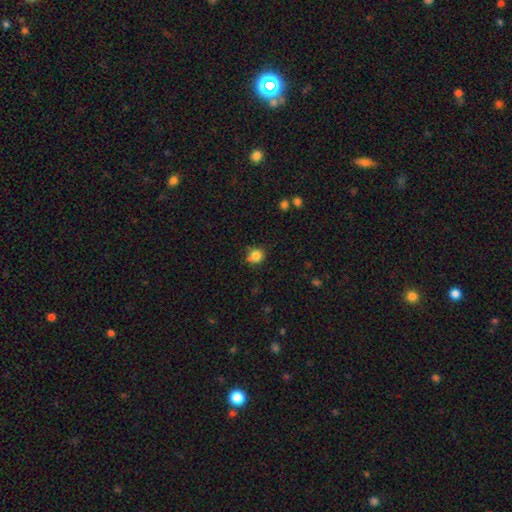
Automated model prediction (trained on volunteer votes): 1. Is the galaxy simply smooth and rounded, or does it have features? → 83% smooth, 11% star or artifact, 5% featured or disk.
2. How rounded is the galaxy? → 88% round, 11% in between, 1% cigar-shaped.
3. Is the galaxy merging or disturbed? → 77% none, 16% minor disturbance, 4% merger, 3% major disturbance.